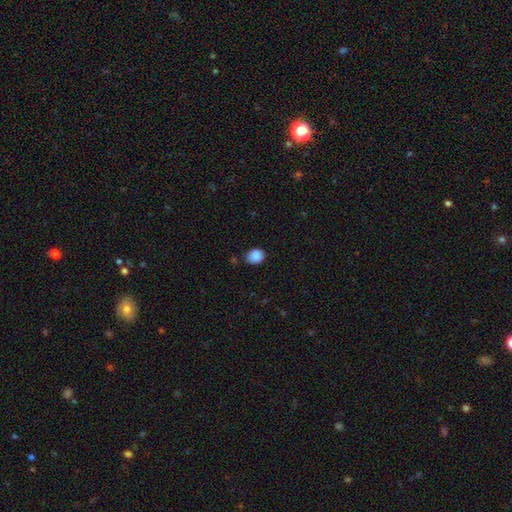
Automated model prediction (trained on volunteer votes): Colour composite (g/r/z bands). It shows a smooth galaxy with no disk features (88%) that is round (55%). Merging: none (71%).